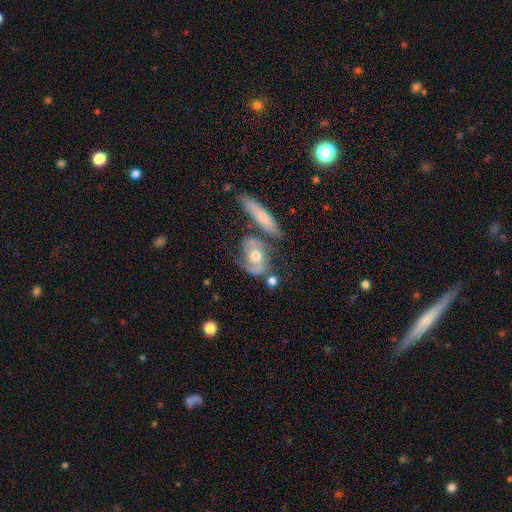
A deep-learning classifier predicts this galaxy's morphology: Q: Smooth or featured?
A: featured or disk (65%); runner-up: smooth (29%)
Q: Edge-on disk?
A: no (88%); runner-up: yes (12%)
Q: Bar?
A: no (71%); runner-up: weak (23%)
Q: Spiral arms?
A: yes (82%); runner-up: no (18%)
Q: Bulge size?
A: moderate (69%); runner-up: large (17%)
Q: Merging?
A: none (47%); runner-up: merger (21%)